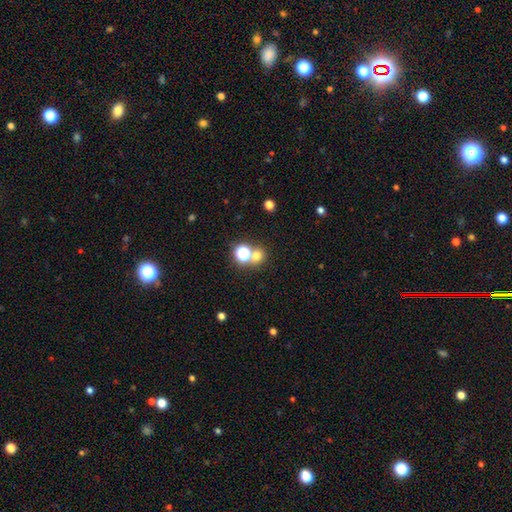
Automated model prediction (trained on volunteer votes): smooth_or_featured: smooth (p=0.66) [alt: star or artifact p=0.26]
how_rounded: round (p=0.83) [alt: in between p=0.16]
merging: none (p=0.59) [alt: merger p=0.31]